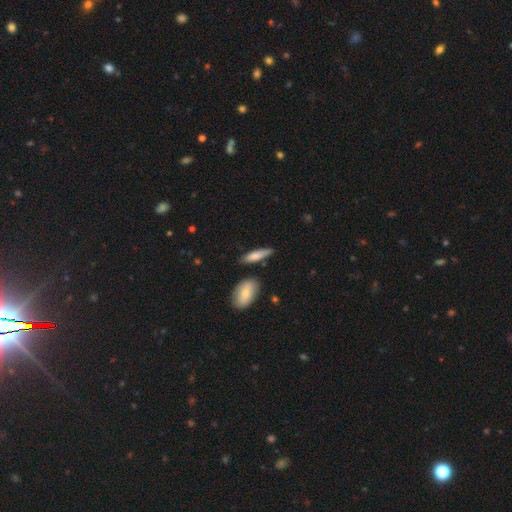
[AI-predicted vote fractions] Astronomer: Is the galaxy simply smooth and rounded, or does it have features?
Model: smooth — 77%.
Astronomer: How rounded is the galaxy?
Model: cigar-shaped — 70%.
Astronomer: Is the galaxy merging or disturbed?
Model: none — 77%.